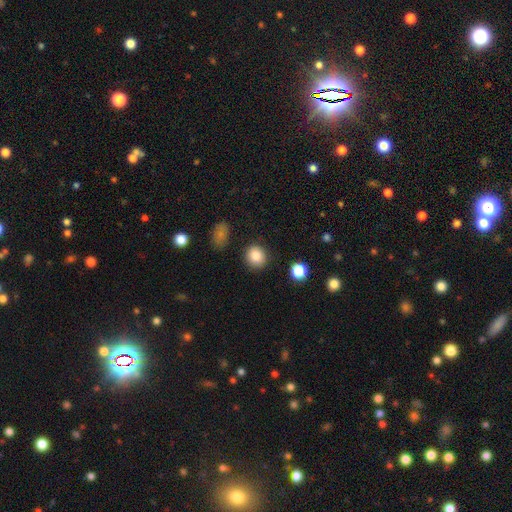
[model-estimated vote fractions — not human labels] Smooth or featured: smooth — 86% (star or artifact — 9%)
How rounded: round — 84% (in between — 15%)
Merging: none — 87% (minor disturbance — 8%)